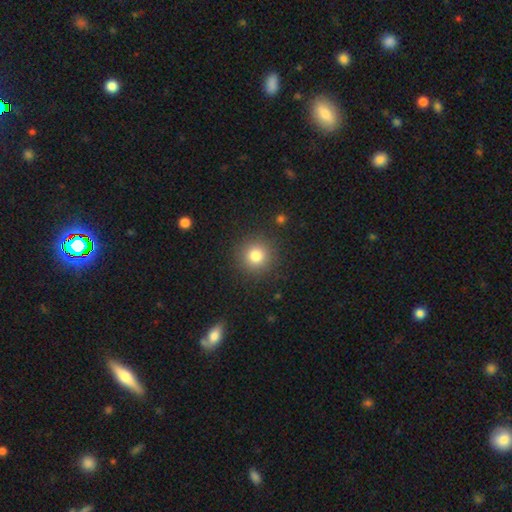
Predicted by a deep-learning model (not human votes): smooth-or-featured: smooth: 80% | star or artifact: 13% | featured or disk: 7%
  how-rounded: round: 94% | in between: 5% | cigar-shaped: 1%
  merging: none: 90% | minor disturbance: 6% | major disturbance: 3% | merger: 2%